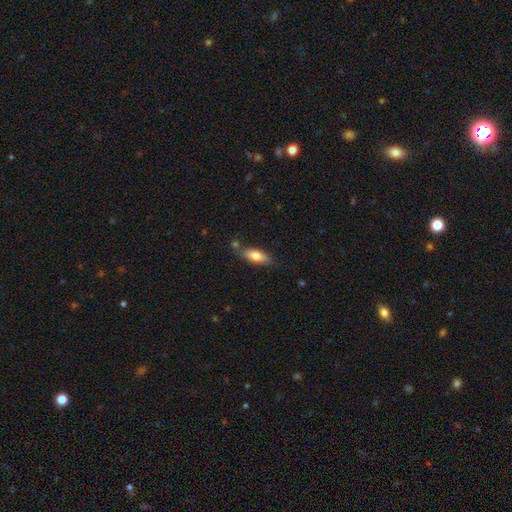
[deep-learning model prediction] This appears to be a smooth galaxy with no disk features (77%) that is in between round and cigar-shaped (75%). Merging: none (72%).